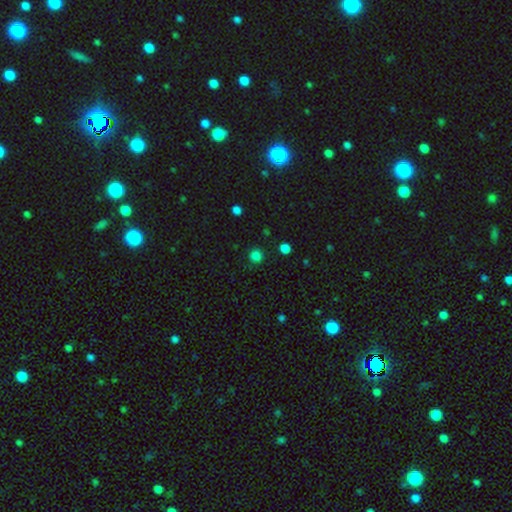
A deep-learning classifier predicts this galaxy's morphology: type=smooth (82%); roundness=round (93%); merging=none (89%).